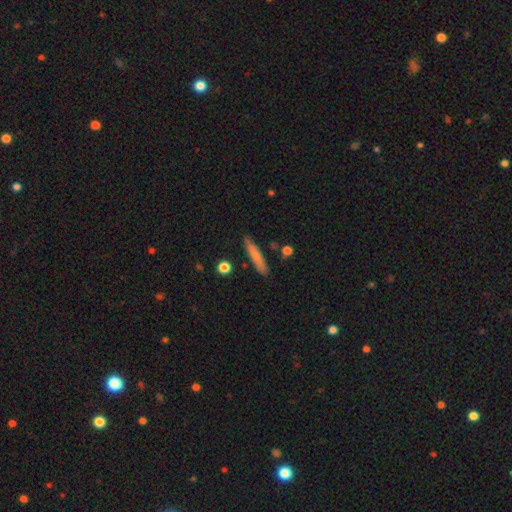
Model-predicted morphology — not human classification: Q: Smooth or featured?
A: smooth (69%); runner-up: featured or disk (24%)
Q: How rounded?
A: cigar-shaped (89%); runner-up: in between (9%)
Q: Merging?
A: none (85%); runner-up: minor disturbance (10%)